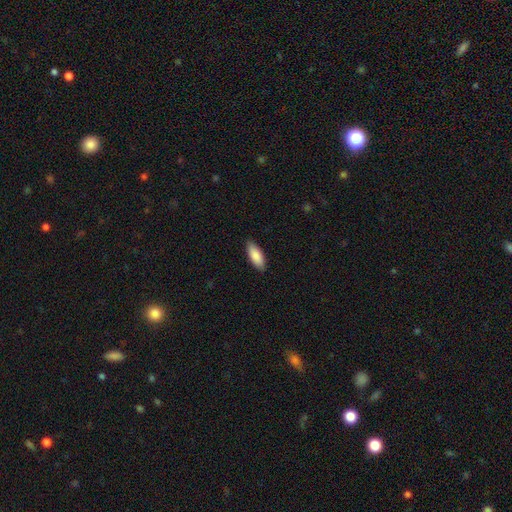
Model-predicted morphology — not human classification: Q: Smooth or featured?
A: smooth (88%); runner-up: featured or disk (7%)
Q: How rounded?
A: in between (78%); runner-up: cigar-shaped (20%)
Q: Merging?
A: none (88%); runner-up: minor disturbance (10%)